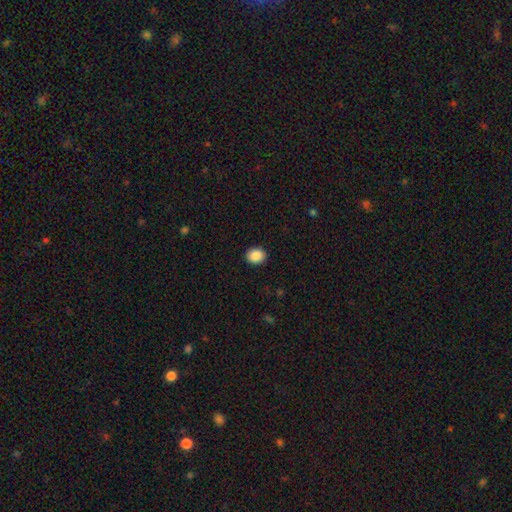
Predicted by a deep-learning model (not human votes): This appears to be a smooth galaxy with no disk features (89%) that is round (60%). Merging: none (91%).